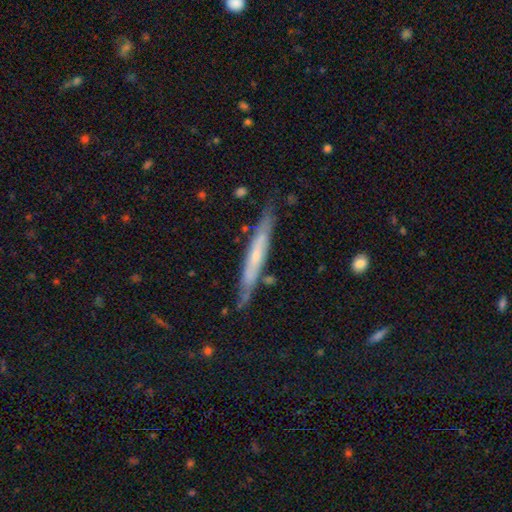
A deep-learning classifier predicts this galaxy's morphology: Smooth or featured? featured or disk (59%)
Edge-on disk? yes (84%)
Merging? none (77%)